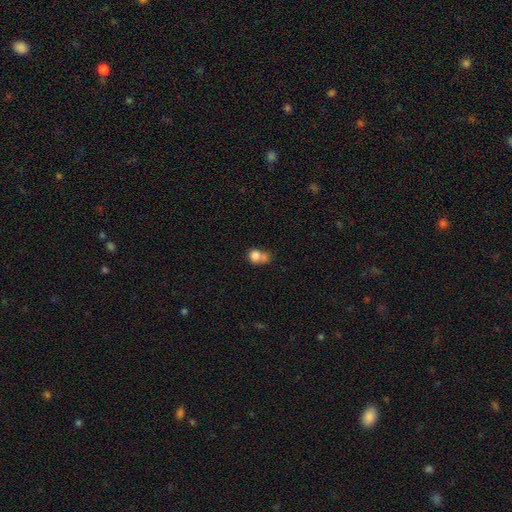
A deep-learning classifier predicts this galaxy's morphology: Smooth or featured? Predicted: smooth (p=0.76). How rounded? Predicted: round (p=0.62). Merging? Predicted: merger (p=0.53).